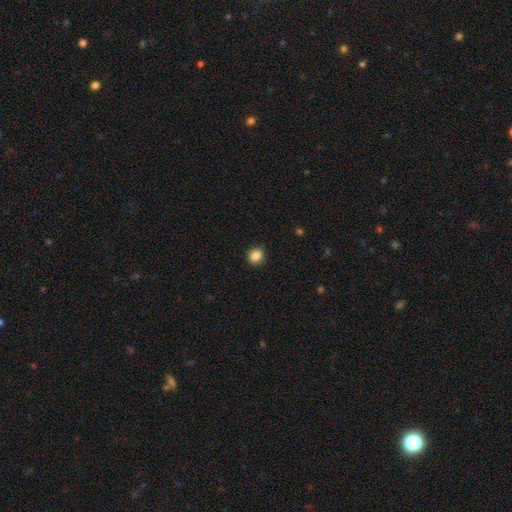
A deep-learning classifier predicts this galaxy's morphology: A smooth galaxy with no disk features (86%) that is round (71%).

Vote fractions:
- Smooth or featured? smooth: 86% / star or artifact: 10% / featured or disk: 4%
- How rounded? round: 71% / in between: 28% / cigar-shaped: 1%
- Merging? none: 88% / minor disturbance: 9% / major disturbance: 2% / merger: 1%